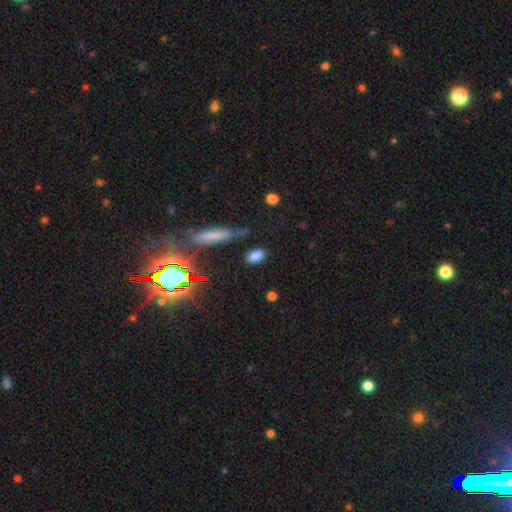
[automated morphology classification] Q: Smooth or featured?
A: smooth (82%); runner-up: star or artifact (11%)
Q: How rounded?
A: in between (86%); runner-up: cigar-shaped (7%)
Q: Merging?
A: none (76%); runner-up: minor disturbance (14%)